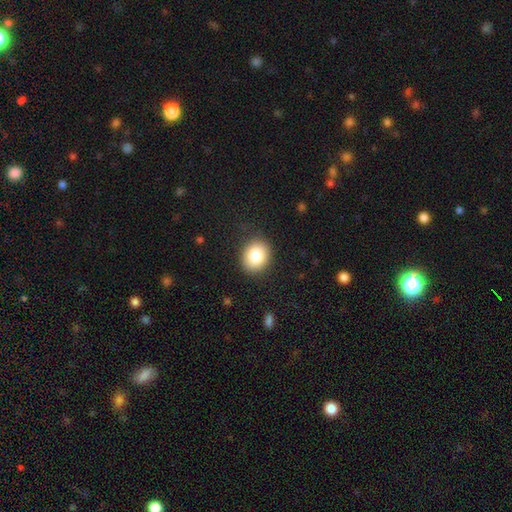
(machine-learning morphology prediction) type=smooth (84%); roundness=round (60%); merging=none (87%).